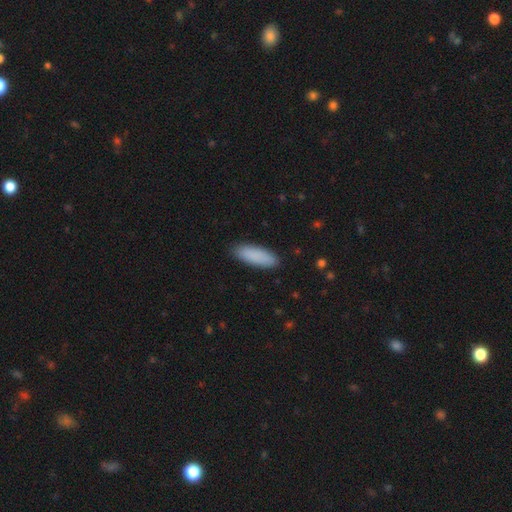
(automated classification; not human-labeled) smooth-or-featured: smooth: 89% | star or artifact: 6% | featured or disk: 5%
  how-rounded: in between: 60% | cigar-shaped: 39% | round: 2%
  merging: none: 88% | minor disturbance: 9% | major disturbance: 2% | merger: 1%